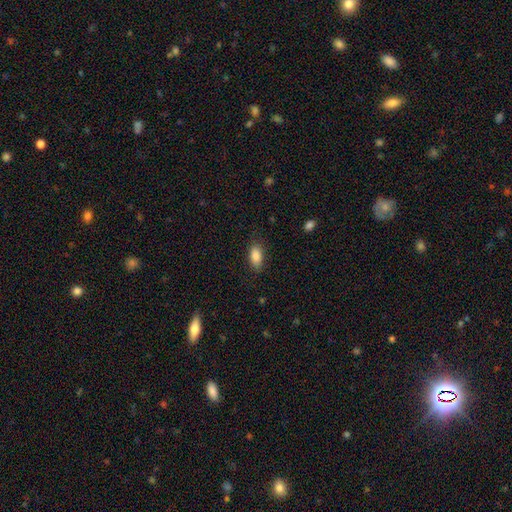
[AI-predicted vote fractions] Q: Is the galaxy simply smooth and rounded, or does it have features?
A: smooth — 87%.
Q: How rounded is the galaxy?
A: in between — 89%.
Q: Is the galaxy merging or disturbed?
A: none — 80%.